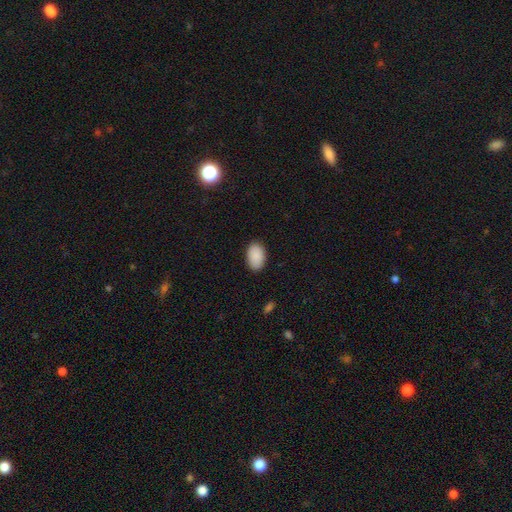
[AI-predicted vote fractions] A smooth galaxy with no disk features (91%) that is in between round and cigar-shaped (91%). Merging: none (87%).